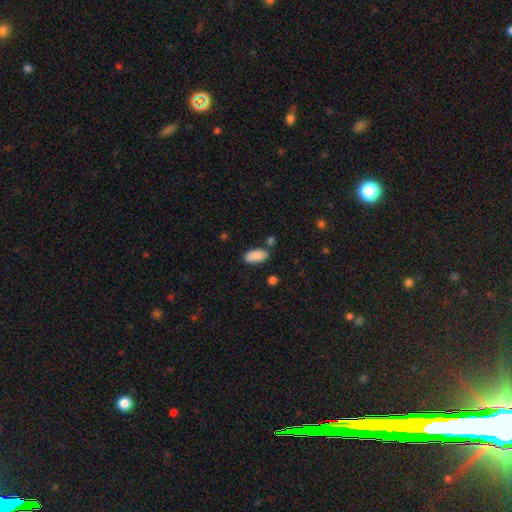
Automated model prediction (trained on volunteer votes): smooth-or-featured: smooth: 89% | star or artifact: 7% | featured or disk: 4%
  how-rounded: in between: 89% | cigar-shaped: 9% | round: 2%
  merging: none: 78% | minor disturbance: 12% | merger: 7% | major disturbance: 3%